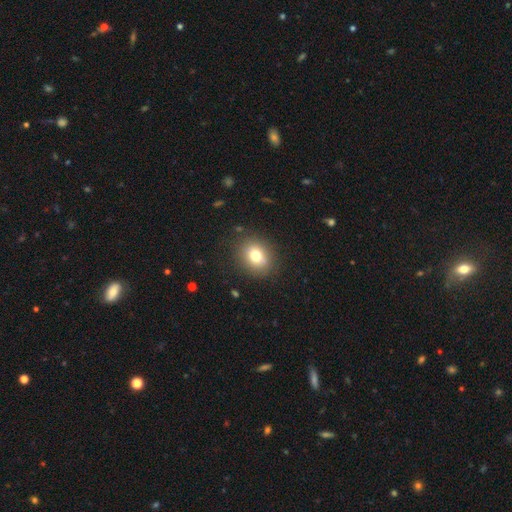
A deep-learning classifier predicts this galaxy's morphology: A smooth galaxy with no disk features (76%) that is round (61%). Merging: none (85%).